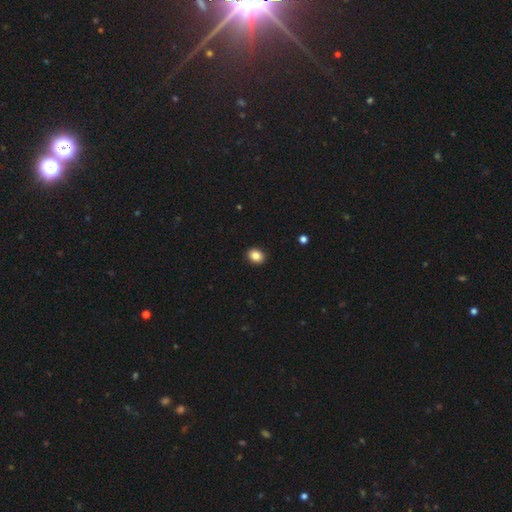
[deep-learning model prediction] smooth 86%, star or artifact 9%, featured or disk 5%. Down the decision tree: how rounded — round (51%); merging — none (92%).